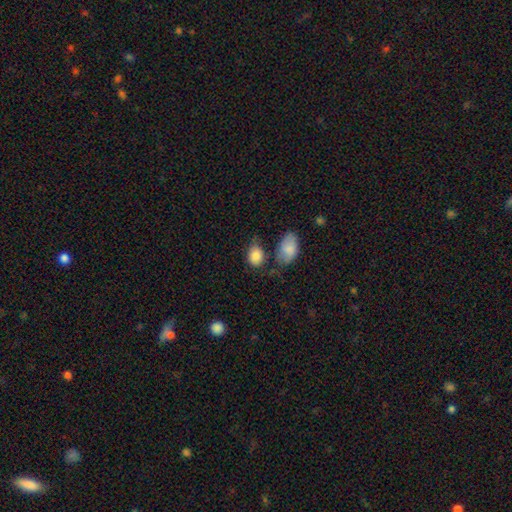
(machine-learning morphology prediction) smooth 87%, star or artifact 8%, featured or disk 6%. Down the decision tree: how rounded — in between (68%); merging — none (56%).